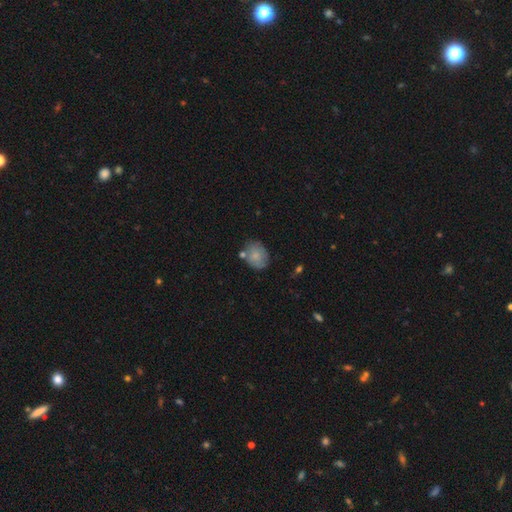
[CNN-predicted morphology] A smooth galaxy with no disk features (76%) that is round (52%).

Vote fractions:
- Smooth or featured? smooth: 76% / featured or disk: 16% / star or artifact: 8%
- How rounded? round: 52% / in between: 47% / cigar-shaped: 1%
- Merging? none: 64% / minor disturbance: 21% / merger: 10% / major disturbance: 5%